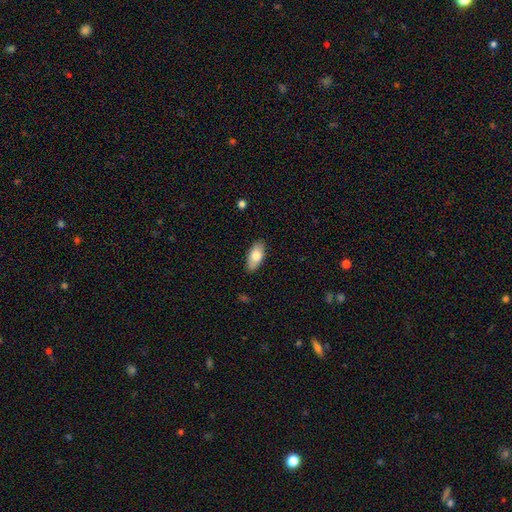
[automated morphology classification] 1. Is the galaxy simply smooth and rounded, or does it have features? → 78% smooth, 16% featured or disk, 6% star or artifact.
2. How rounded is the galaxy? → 90% in between, 7% cigar-shaped, 3% round.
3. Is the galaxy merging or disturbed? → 86% none, 11% minor disturbance, 2% major disturbance, 1% merger.